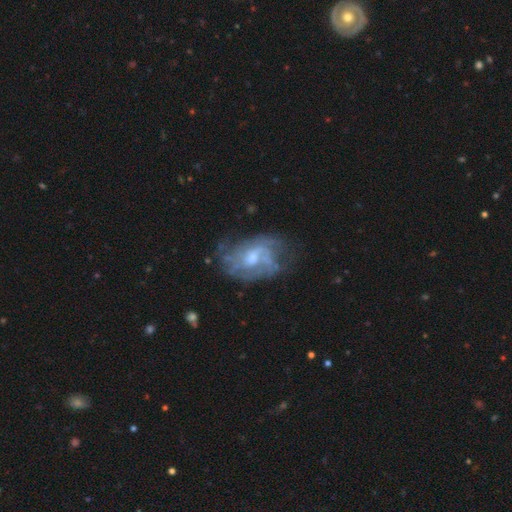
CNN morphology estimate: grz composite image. It shows a featured or disk galaxy (71%) with no bar (49%), medium (40%) spiral arms (77%) and a moderate central bulge (55%). Merging: none (59%).